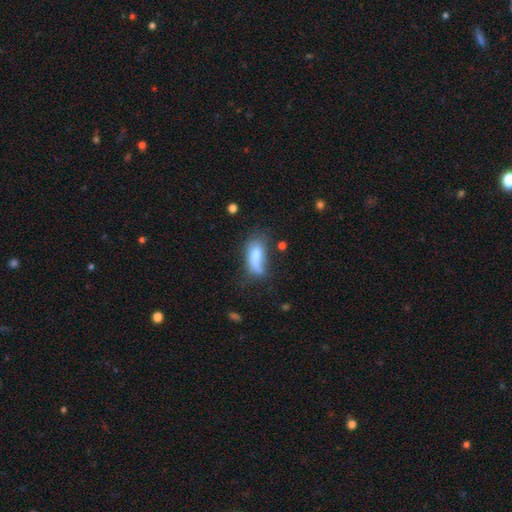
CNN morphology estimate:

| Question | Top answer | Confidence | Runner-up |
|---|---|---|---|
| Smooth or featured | smooth | 71% | featured or disk (20%) |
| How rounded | in between | 82% | cigar-shaped (15%) |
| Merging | none | 33% | minor disturbance (29%) |